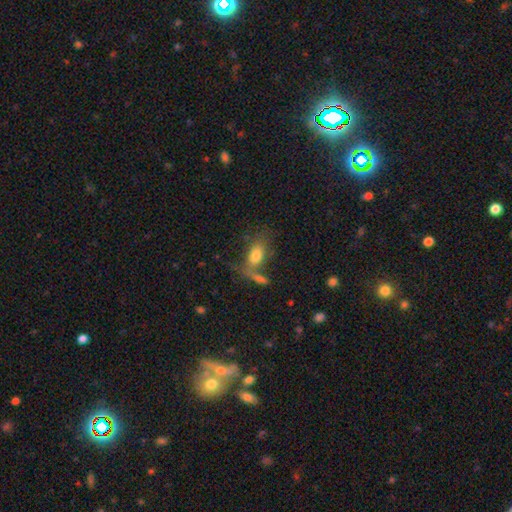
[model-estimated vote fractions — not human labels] Q: Smooth or featured?
A: smooth (72%); runner-up: featured or disk (18%)
Q: How rounded?
A: in between (84%); runner-up: round (10%)
Q: Merging?
A: none (48%); runner-up: merger (23%)